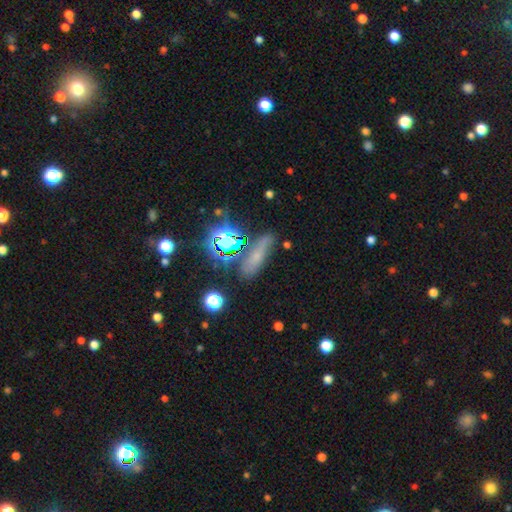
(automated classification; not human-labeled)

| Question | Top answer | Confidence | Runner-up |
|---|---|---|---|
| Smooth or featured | smooth | 49% | star or artifact (31%) |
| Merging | none | 69% | minor disturbance (17%) |